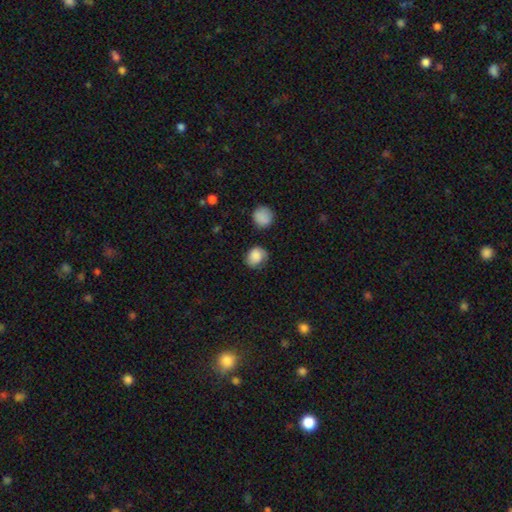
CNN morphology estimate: Q: Smooth or featured?
A: smooth (83%); runner-up: star or artifact (8%)
Q: How rounded?
A: round (58%); runner-up: in between (41%)
Q: Merging?
A: none (66%); runner-up: minor disturbance (24%)